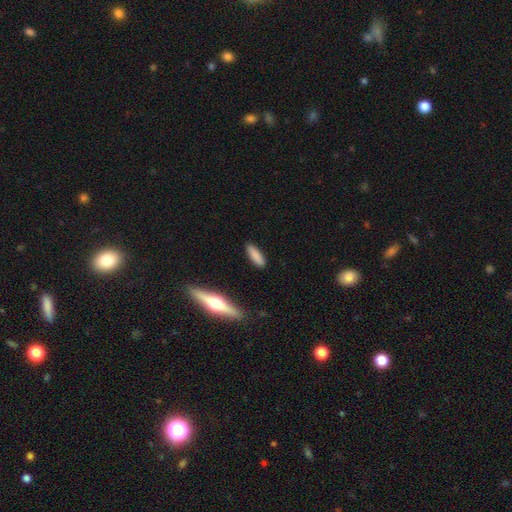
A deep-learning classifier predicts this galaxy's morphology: This appears to be a smooth galaxy with no disk features (84%) that is cigar-shaped (55%). Merging: none (87%).